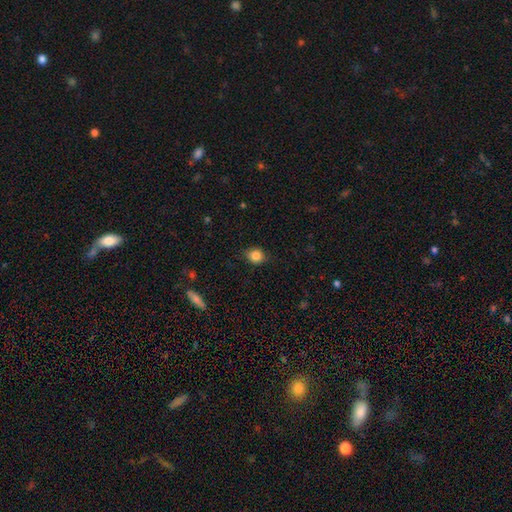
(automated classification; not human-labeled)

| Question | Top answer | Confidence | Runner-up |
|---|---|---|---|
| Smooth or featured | smooth | 84% | star or artifact (10%) |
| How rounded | round | 66% | in between (33%) |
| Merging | none | 82% | minor disturbance (14%) |